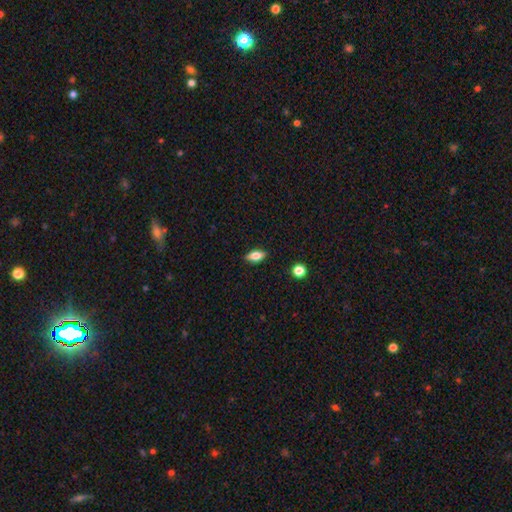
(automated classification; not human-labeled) Morphology: type=smooth (61%); roundness=in between (77%); merging=none (88%).